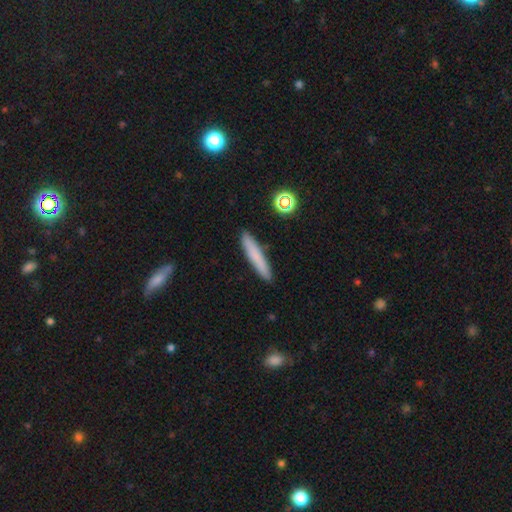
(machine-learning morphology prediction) Smooth or featured?
  - smooth: 76% *
  - featured or disk: 17%
  - star or artifact: 7%
How rounded?
  - cigar-shaped: 94% *
  - in between: 5%
  - round: 1%
Merging?
  - none: 90% *
  - minor disturbance: 7%
  - major disturbance: 2%
  - merger: 2%